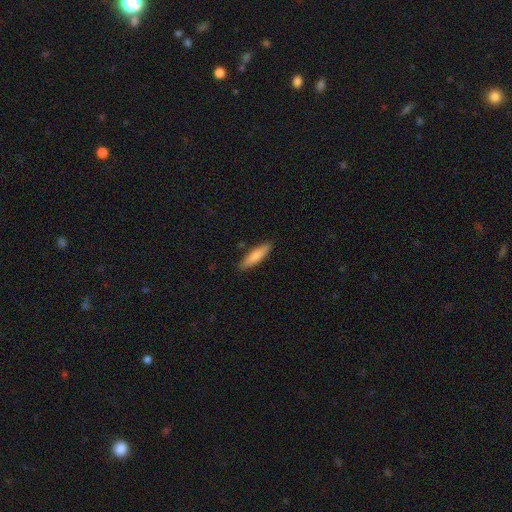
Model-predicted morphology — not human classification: Smooth or featured: smooth — 77% (featured or disk — 18%)
How rounded: cigar-shaped — 73% (in between — 26%)
Merging: none — 88% (minor disturbance — 9%)